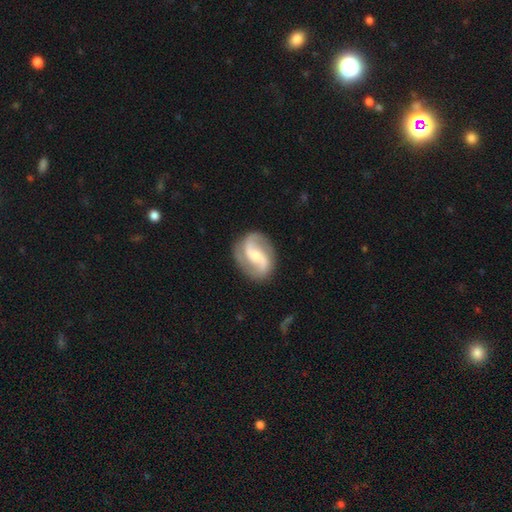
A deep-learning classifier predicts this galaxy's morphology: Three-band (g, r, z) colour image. It shows a featured or disk galaxy (85%) with a weak bar (40%), 2 (92%) medium (46%) spiral arms (96%) and a small central bulge (50%). Merging: none (83%).